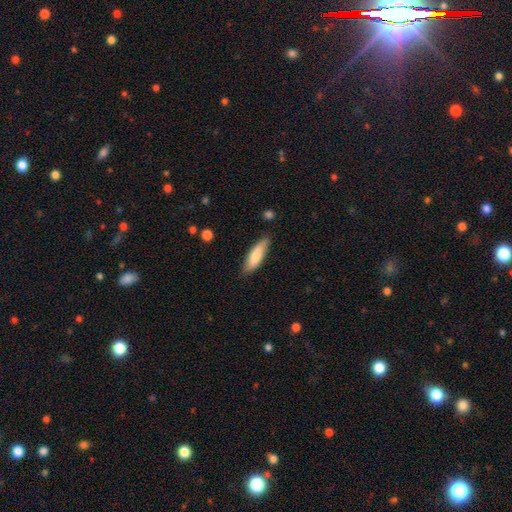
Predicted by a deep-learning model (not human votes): Overall: smooth (78%). How rounded: cigar-shaped (56%; in between 42%). Merging: none (83%).